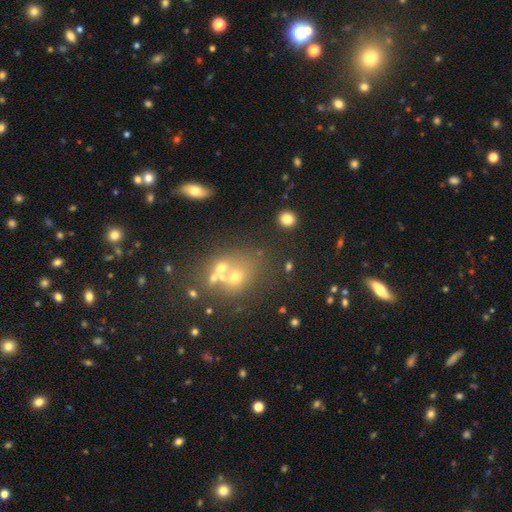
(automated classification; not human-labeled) This appears to be a smooth galaxy with no disk features (47%). Merging: none (43%, tied with merger).